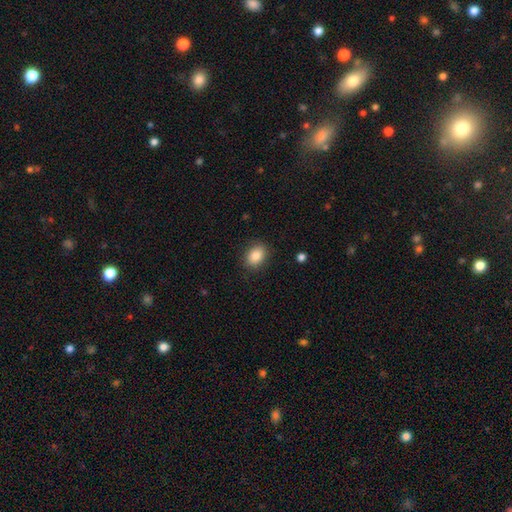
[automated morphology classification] Smooth or featured? Predicted: smooth (p=0.86). How rounded? Predicted: in between (p=0.60). Merging? Predicted: none (p=0.87).